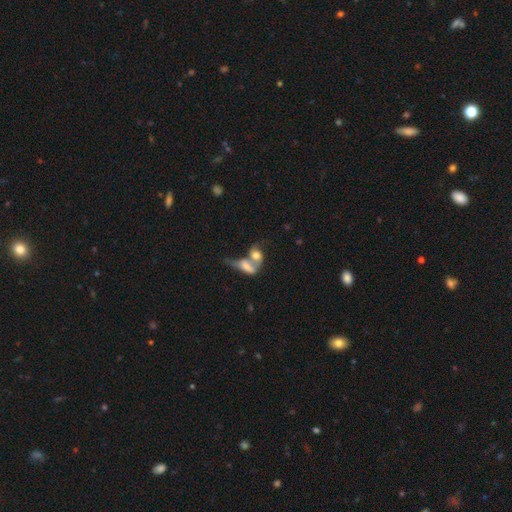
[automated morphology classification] This is possibly a smooth galaxy (46%). Merging: likely merger (65%).